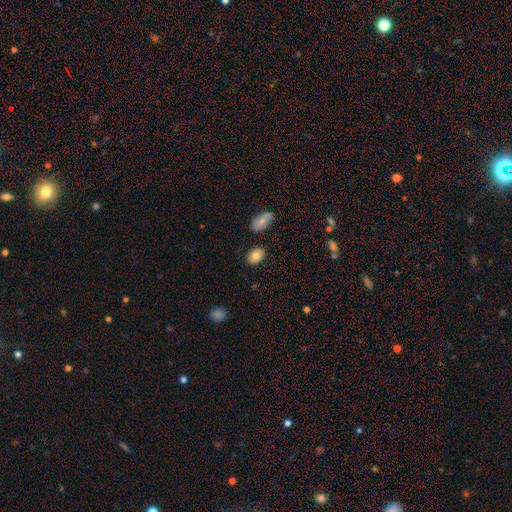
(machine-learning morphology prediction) smooth-or-featured: smooth: 81% | featured or disk: 10% | star or artifact: 9%
  how-rounded: in between: 82% | round: 17% | cigar-shaped: 1%
  merging: none: 85% | minor disturbance: 10% | merger: 3% | major disturbance: 2%